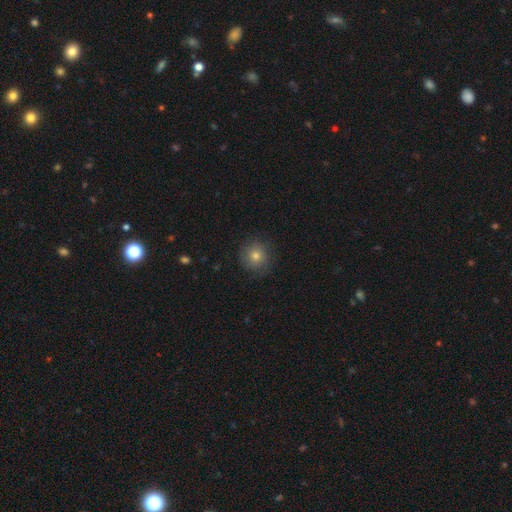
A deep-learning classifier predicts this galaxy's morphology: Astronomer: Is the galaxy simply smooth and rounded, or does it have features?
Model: smooth — 75%.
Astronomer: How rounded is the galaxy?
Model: round — 93%.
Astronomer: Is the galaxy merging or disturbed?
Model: none — 85%.